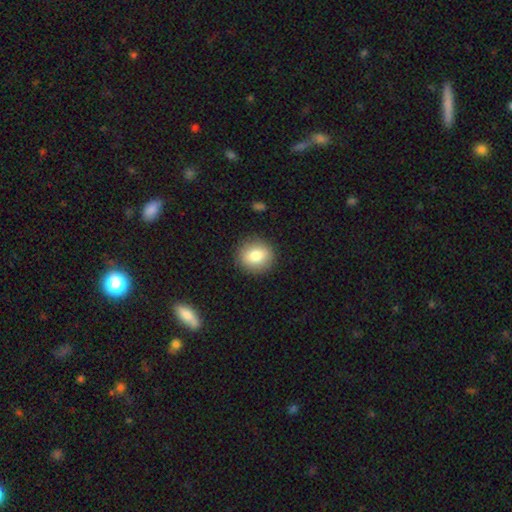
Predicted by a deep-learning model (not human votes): Morphology: type=smooth (80%); roundness=round (83%); merging=none (89%).